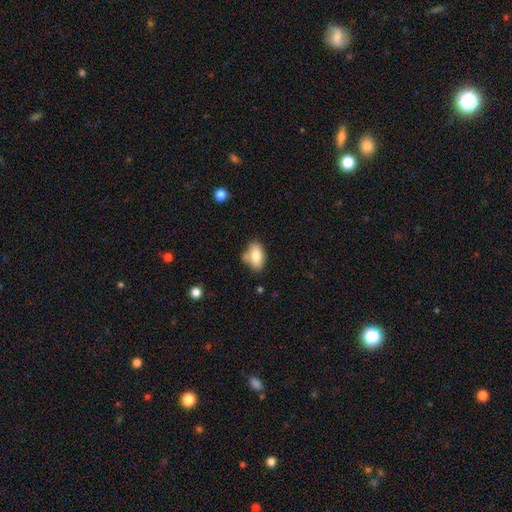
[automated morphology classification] smooth 78%, featured or disk 14%, star or artifact 8%. Down the decision tree: how rounded — in between (89%); merging — none (59%).